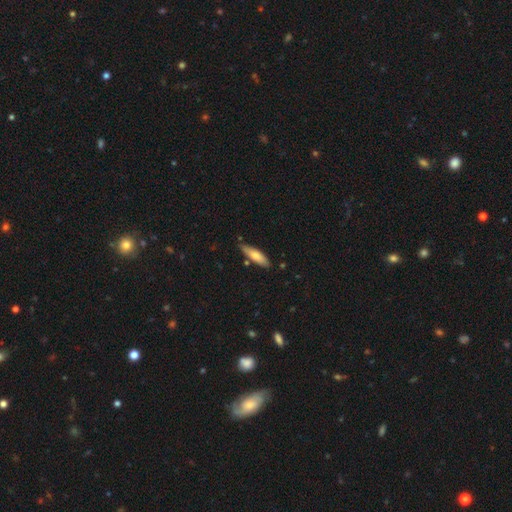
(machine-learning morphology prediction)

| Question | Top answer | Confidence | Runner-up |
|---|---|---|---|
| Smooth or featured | smooth | 73% | featured or disk (22%) |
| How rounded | cigar-shaped | 61% | in between (37%) |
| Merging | none | 78% | minor disturbance (16%) |